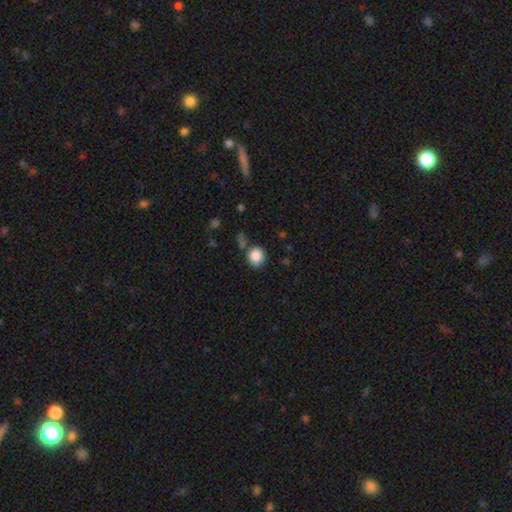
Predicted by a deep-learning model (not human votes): The model was most divided on "how rounded": round: 78%, in between: 21%, cigar-shaped: 1%. More confident: smooth or featured — smooth (87%); merging — none (73%).